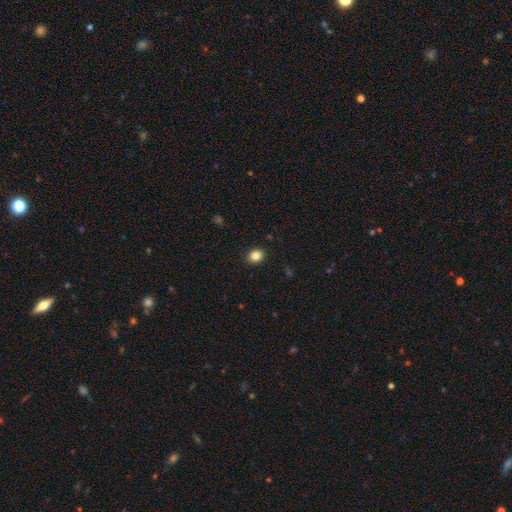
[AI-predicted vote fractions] smooth 85%, star or artifact 10%, featured or disk 4%. Down the decision tree: how rounded — round (56%); merging — none (90%).